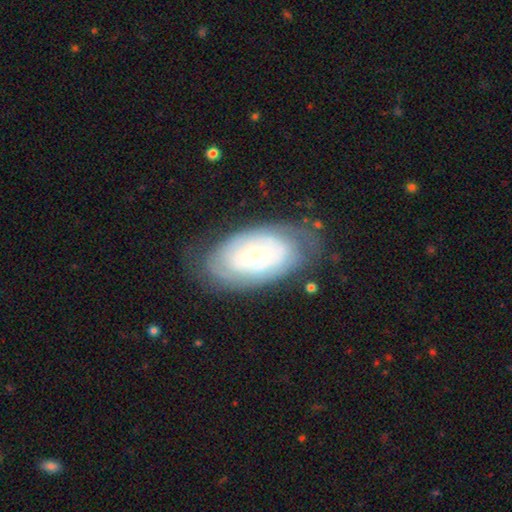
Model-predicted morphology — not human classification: smooth_or_featured: featured or disk (p=0.65) [alt: smooth p=0.28]
disk_edge_on: no (p=0.94) [alt: yes p=0.06]
bar: no (p=0.77) [alt: weak p=0.18]
has_spiral_arms: yes (p=0.69) [alt: no p=0.31]
bulge_size: small (p=0.66) [alt: moderate p=0.28]
merging: none (p=0.68) [alt: minor disturbance p=0.21]